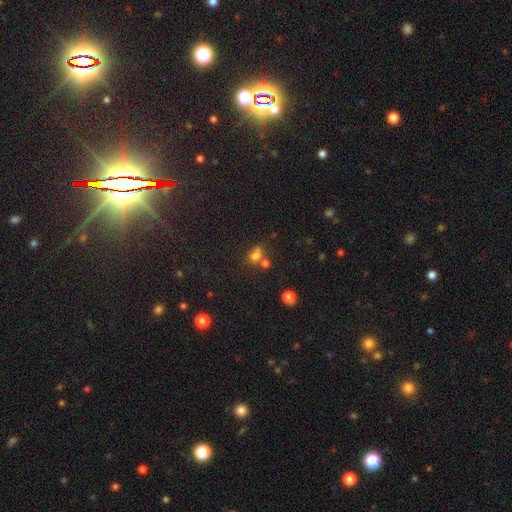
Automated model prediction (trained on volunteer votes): The model was most divided on "merging": none: 41%, merger: 37%, minor disturbance: 15%, major disturbance: 7%. More confident: smooth or featured — smooth (72%); how rounded — in between (57%).